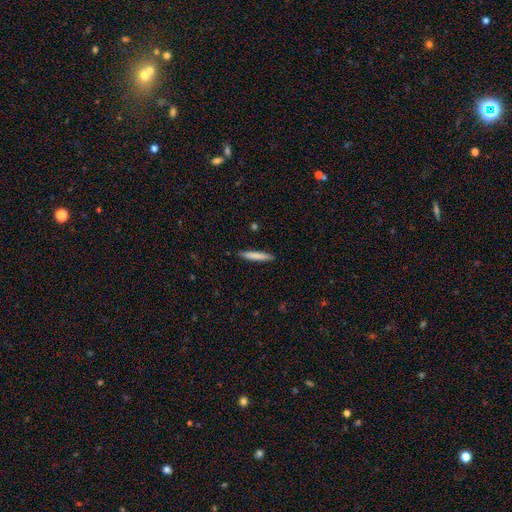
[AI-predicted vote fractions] smooth_or_featured: smooth (p=0.80) [alt: featured or disk p=0.14]
how_rounded: cigar-shaped (p=0.94) [alt: in between p=0.05]
merging: none (p=0.90) [alt: minor disturbance p=0.07]